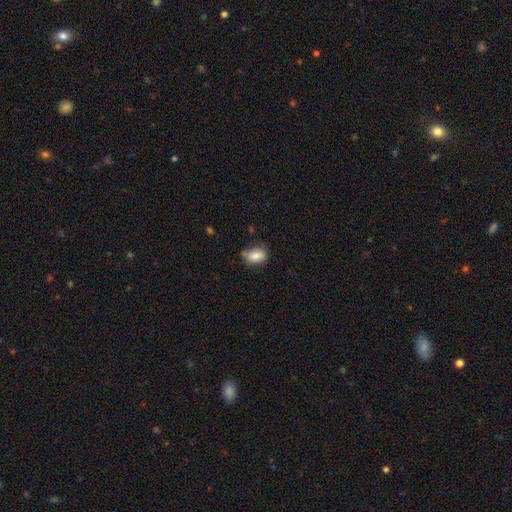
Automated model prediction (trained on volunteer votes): The model was most divided on "merging": none: 60%, minor disturbance: 29%, major disturbance: 6%, merger: 4%. More confident: how rounded — in between (81%); smooth or featured — smooth (81%).